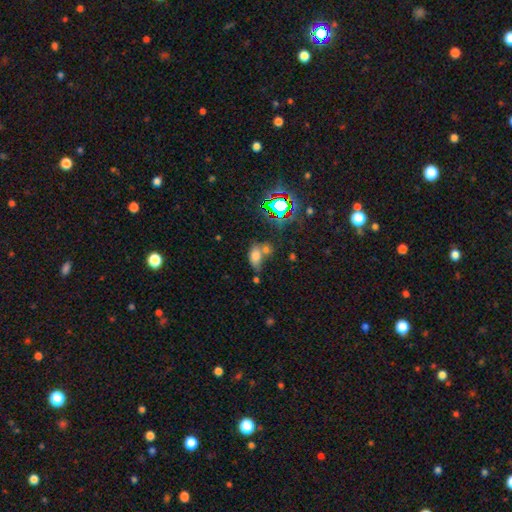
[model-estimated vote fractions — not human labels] Smooth or featured: smooth — 67% (star or artifact — 20%)
How rounded: in between — 82% (round — 14%)
Merging: merger — 40% (none — 35%)